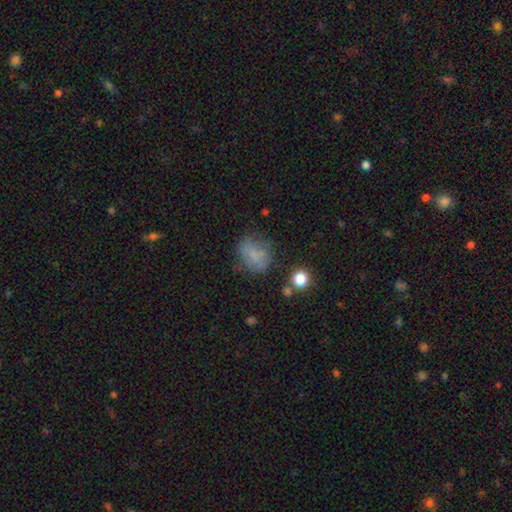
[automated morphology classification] This appears to be a smooth galaxy with no disk features (69%) that is in between round and cigar-shaped (51%). Merging: none (56%).